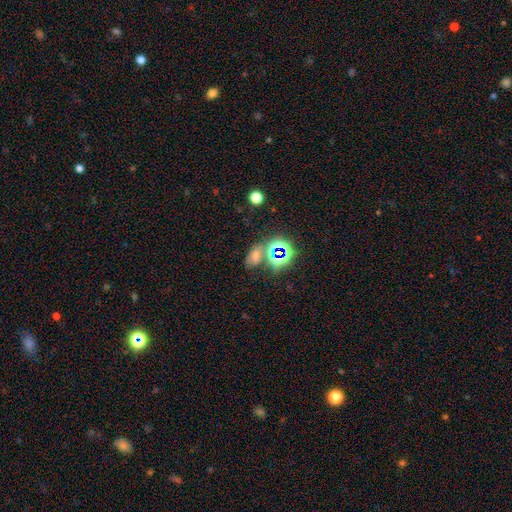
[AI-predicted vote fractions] Overall: smooth (43%, tied with star or artifact). Merging: none (54%; merger 22%).